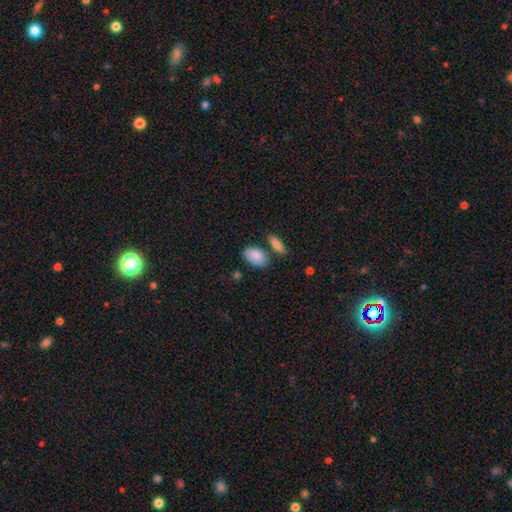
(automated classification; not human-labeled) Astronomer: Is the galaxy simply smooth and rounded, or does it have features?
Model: smooth — 87%.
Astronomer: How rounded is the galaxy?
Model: in between — 92%.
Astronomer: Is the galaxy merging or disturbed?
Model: none — 68%.